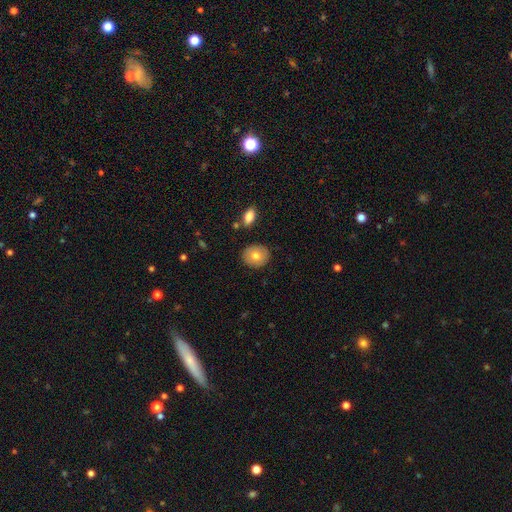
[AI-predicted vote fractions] Smooth or featured?
  - smooth: 73% *
  - featured or disk: 20%
  - star or artifact: 7%
How rounded?
  - round: 71% *
  - in between: 28%
  - cigar-shaped: 1%
Merging?
  - none: 88% *
  - minor disturbance: 8%
  - major disturbance: 2%
  - merger: 2%